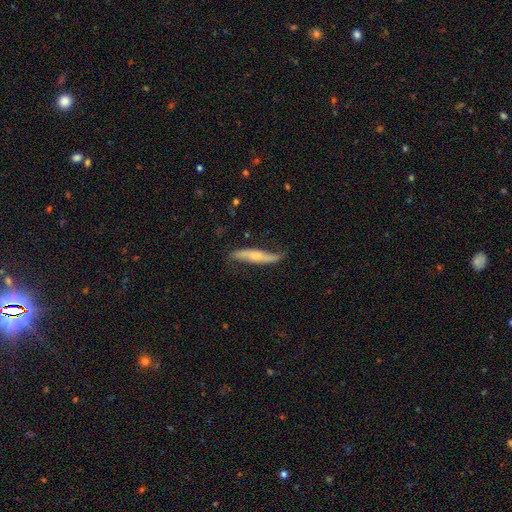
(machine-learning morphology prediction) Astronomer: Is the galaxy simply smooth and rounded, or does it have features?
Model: featured or disk — 65%.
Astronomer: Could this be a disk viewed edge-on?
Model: yes — 59% (runner-up: no, 41%).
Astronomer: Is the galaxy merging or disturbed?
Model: none — 68%.